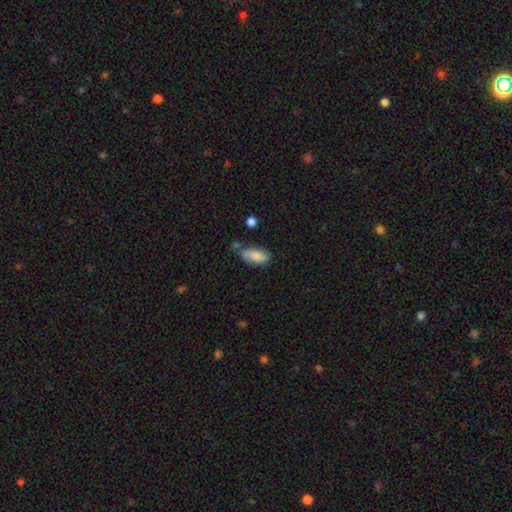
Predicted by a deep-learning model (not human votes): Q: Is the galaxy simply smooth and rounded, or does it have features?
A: smooth — 83%.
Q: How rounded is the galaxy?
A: in between — 88%.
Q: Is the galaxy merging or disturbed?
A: none — 59%.